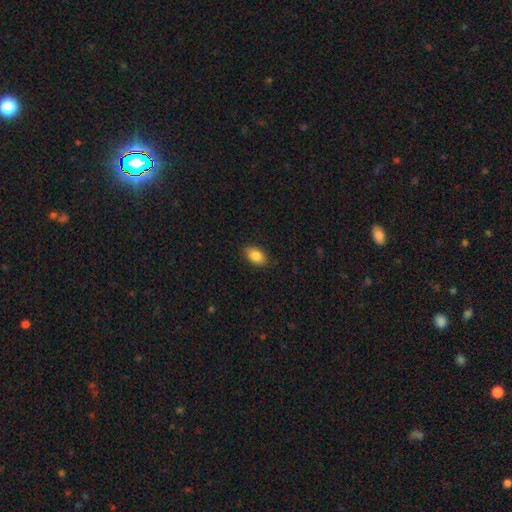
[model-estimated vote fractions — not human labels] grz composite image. It shows a smooth galaxy with no disk features (86%) that is in between round and cigar-shaped (90%). Merging: none (89%).